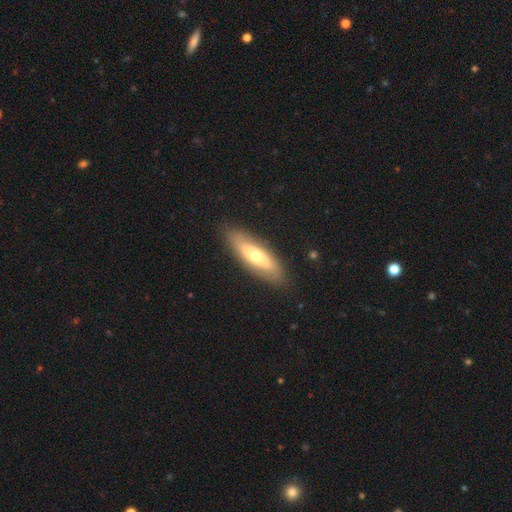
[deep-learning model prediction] smooth 51%, featured or disk 43%, star or artifact 6%. Down the decision tree: how rounded — in between (51%); merging — none (86%).